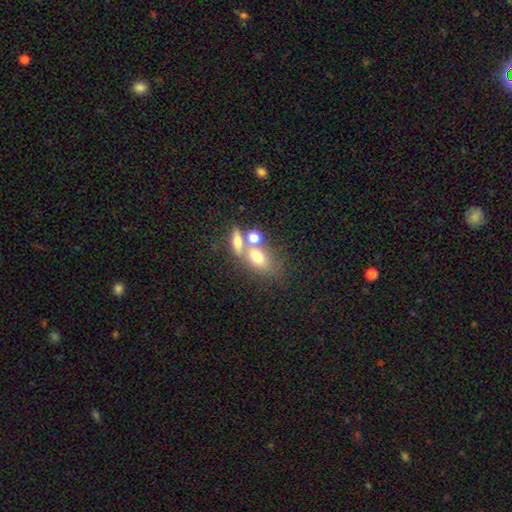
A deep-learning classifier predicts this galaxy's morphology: Smooth or featured: smooth — 64% (featured or disk — 22%)
How rounded: in between — 68% (round — 26%)
Merging: merger — 48% (none — 36%)